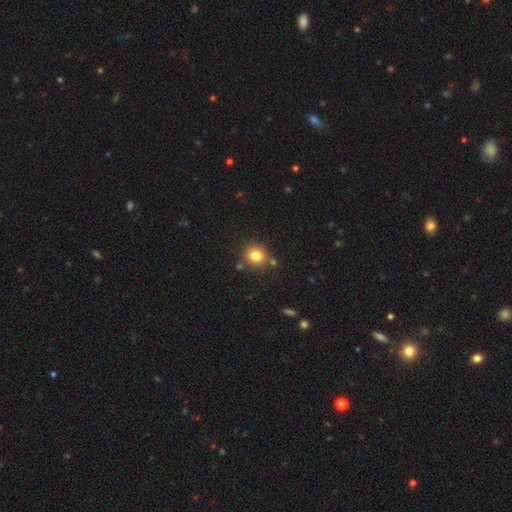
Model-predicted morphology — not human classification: A smooth galaxy with no disk features (81%) that is round (88%). Merging: none (79%).